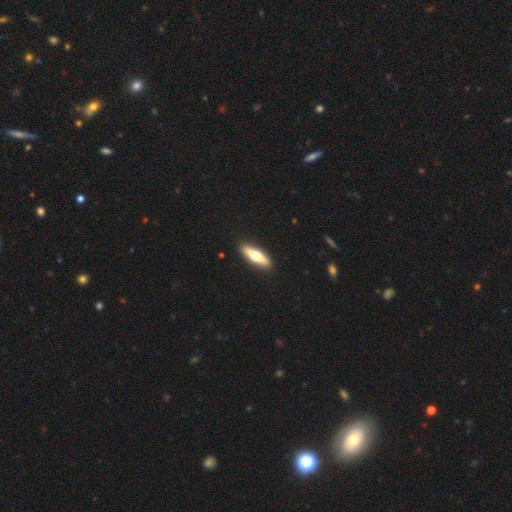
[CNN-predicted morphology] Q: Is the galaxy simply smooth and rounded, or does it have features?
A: smooth — 52%.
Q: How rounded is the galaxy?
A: cigar-shaped — 62%.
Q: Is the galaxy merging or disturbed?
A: none — 90%.